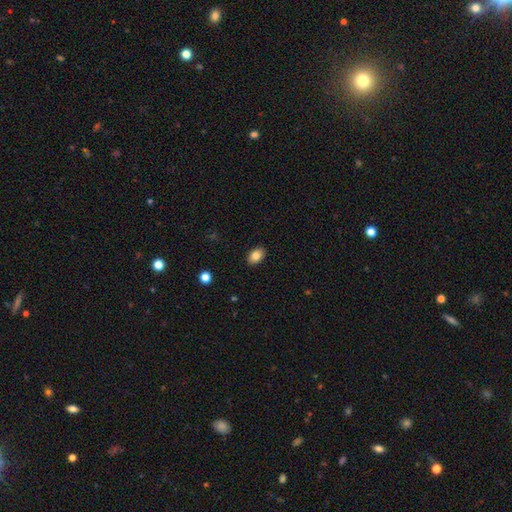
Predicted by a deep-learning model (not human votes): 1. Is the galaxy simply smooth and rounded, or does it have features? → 83% smooth, 9% featured or disk, 8% star or artifact.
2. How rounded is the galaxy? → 85% in between, 14% round, 1% cigar-shaped.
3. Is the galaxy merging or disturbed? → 89% none, 8% minor disturbance, 2% major disturbance, 1% merger.